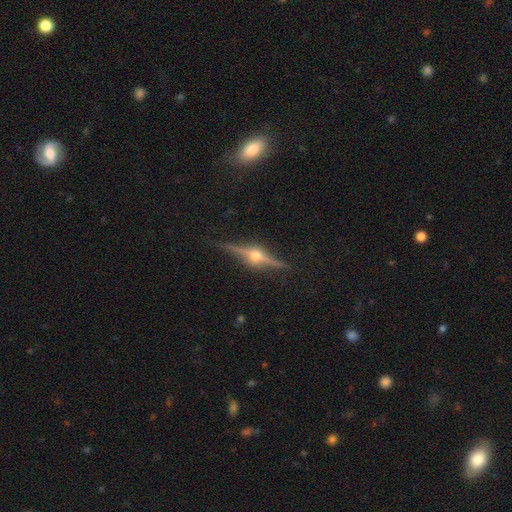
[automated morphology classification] Overall: featured or disk (87%). Edge-on disk: yes (98%). Edge-on bulge: rounded (95%). Merging: none (88%).